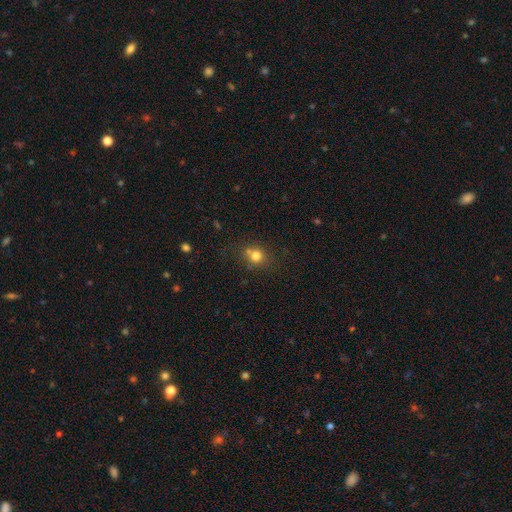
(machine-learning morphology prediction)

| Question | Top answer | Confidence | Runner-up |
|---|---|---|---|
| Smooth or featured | smooth | 76% | star or artifact (15%) |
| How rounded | round | 79% | in between (20%) |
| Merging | none | 62% | merger (21%) |